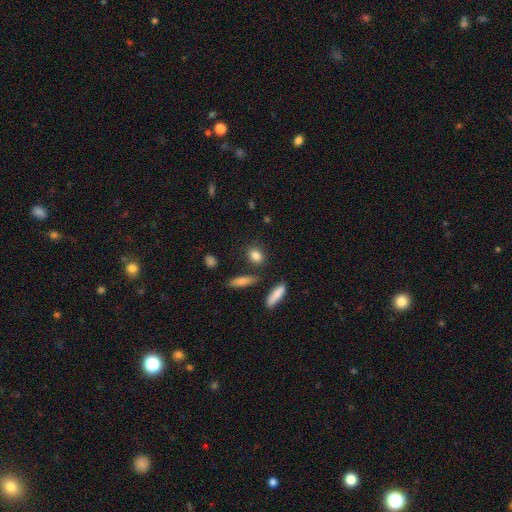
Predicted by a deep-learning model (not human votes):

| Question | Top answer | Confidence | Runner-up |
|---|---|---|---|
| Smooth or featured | smooth | 83% | star or artifact (9%) |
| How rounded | in between | 55% | round (39%) |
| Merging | none | 78% | minor disturbance (12%) |